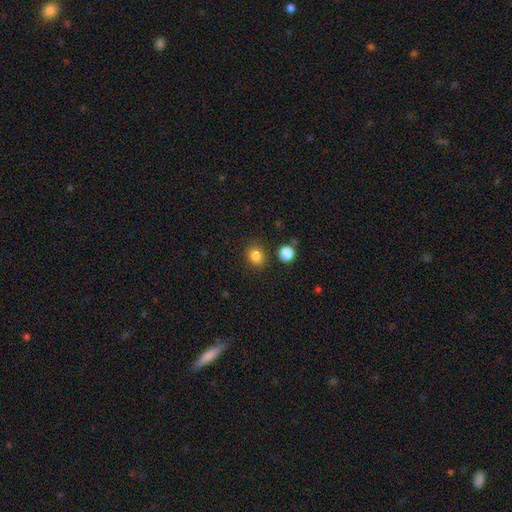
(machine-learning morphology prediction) smooth 84%, star or artifact 12%, featured or disk 4%. Down the decision tree: how rounded — round (76%); merging — none (84%).